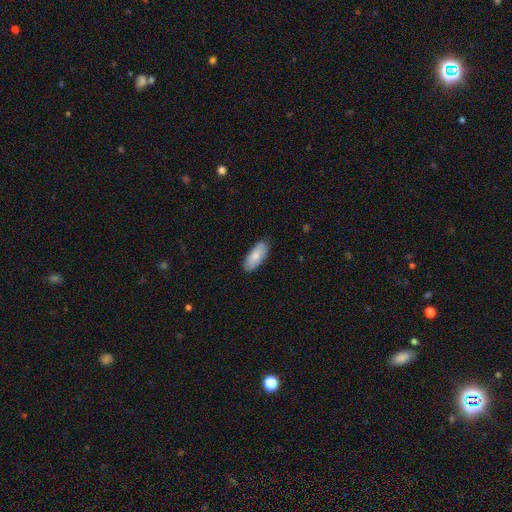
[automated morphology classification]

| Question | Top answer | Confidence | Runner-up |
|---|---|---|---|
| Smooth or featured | smooth | 84% | featured or disk (11%) |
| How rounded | in between | 84% | cigar-shaped (15%) |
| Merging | none | 86% | minor disturbance (11%) |